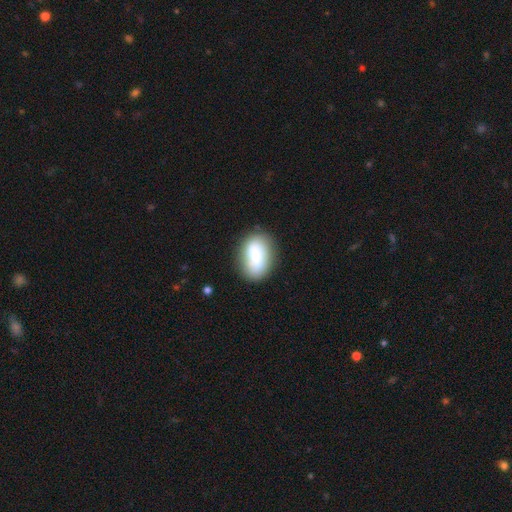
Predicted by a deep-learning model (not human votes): A smooth galaxy with no disk features (69%) that is in between round and cigar-shaped (82%).

Vote fractions:
- Smooth or featured? smooth: 69% / featured or disk: 24% / star or artifact: 7%
- How rounded? in between: 82% / round: 15% / cigar-shaped: 3%
- Merging? none: 81% / minor disturbance: 13% / major disturbance: 4% / merger: 2%